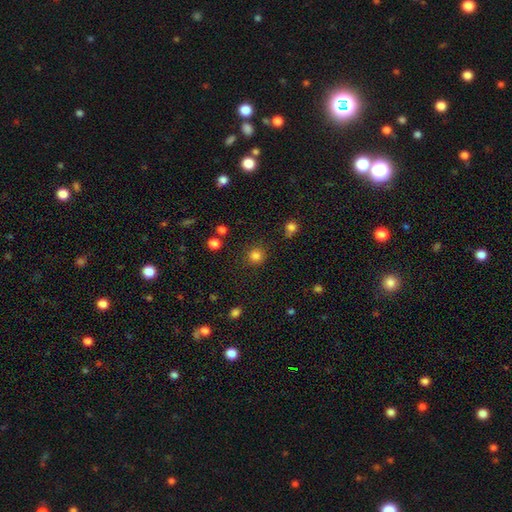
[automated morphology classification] smooth-or-featured: smooth: 83% | star or artifact: 13% | featured or disk: 4%
  how-rounded: round: 93% | in between: 6% | cigar-shaped: 1%
  merging: none: 88% | minor disturbance: 7% | major disturbance: 3% | merger: 2%